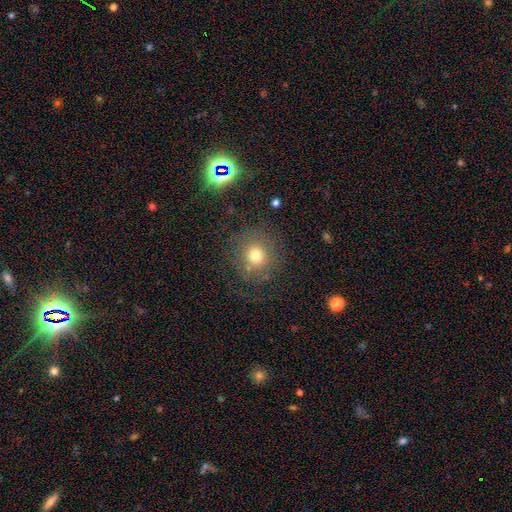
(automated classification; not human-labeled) Q: Smooth or featured?
A: smooth (68%); runner-up: featured or disk (17%)
Q: How rounded?
A: round (90%); runner-up: in between (9%)
Q: Merging?
A: none (77%); runner-up: minor disturbance (12%)